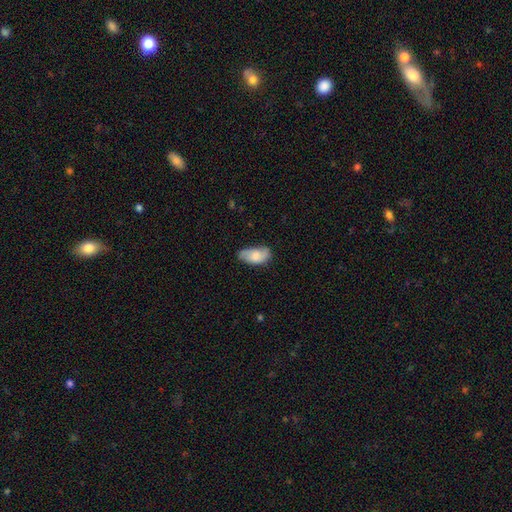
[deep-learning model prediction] Overall: smooth (70%). How rounded: in between (93%). Merging: none (58%; minor disturbance 33%).